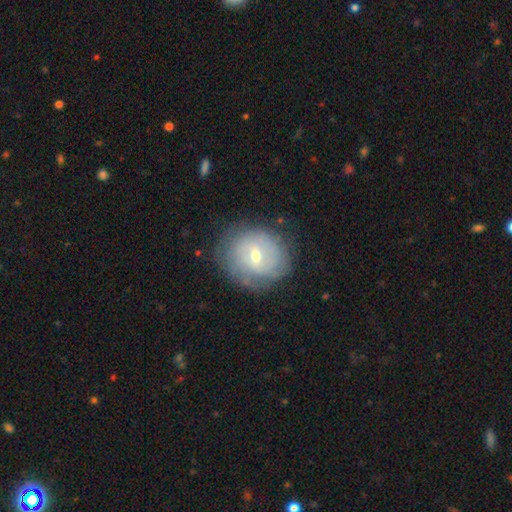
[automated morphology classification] Smooth or featured: featured or disk — 56% (smooth — 35%)
Edge-on disk: no — 96% (yes — 4%)
Bar: weak — 51% (no — 38%)
Spiral arms: yes — 65% (no — 35%)
Bulge size: moderate — 51% (small — 45%)
Merging: none — 73% (minor disturbance — 19%)